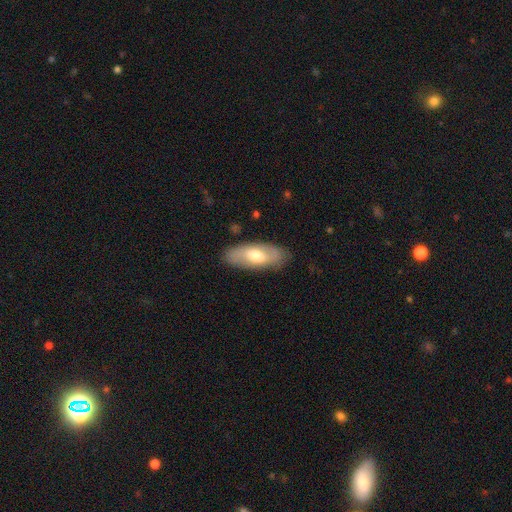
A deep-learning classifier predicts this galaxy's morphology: smooth_or_featured: smooth (p=0.60) [alt: featured or disk p=0.35]
how_rounded: in between (p=0.80) [alt: cigar-shaped p=0.18]
merging: none (p=0.84) [alt: minor disturbance p=0.12]